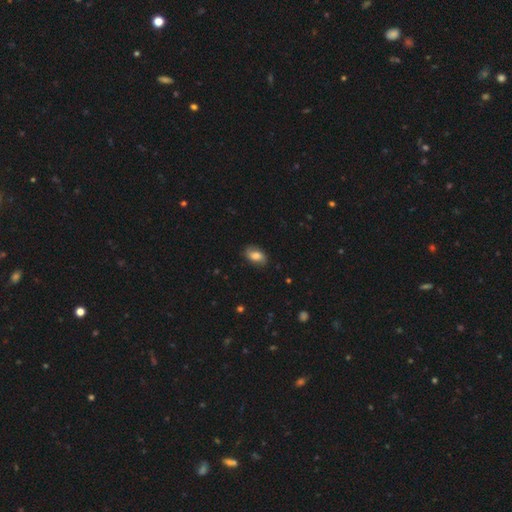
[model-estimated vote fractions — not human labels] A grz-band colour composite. It shows a smooth galaxy with no disk features (64%) that is in between round and cigar-shaped (89%). Merging: none (81%).